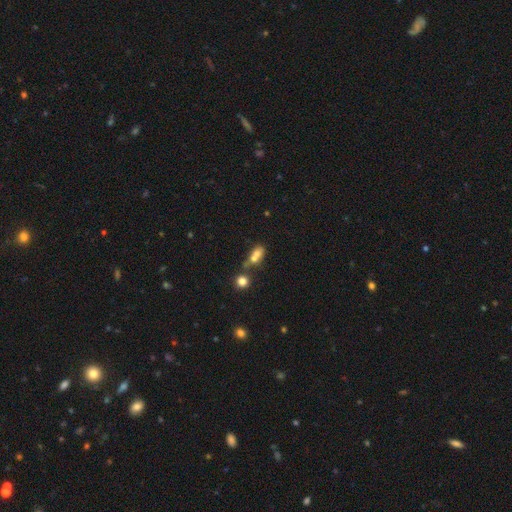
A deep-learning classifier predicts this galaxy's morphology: type=smooth (66%); roundness=in between (63%); merging=merger (55%).